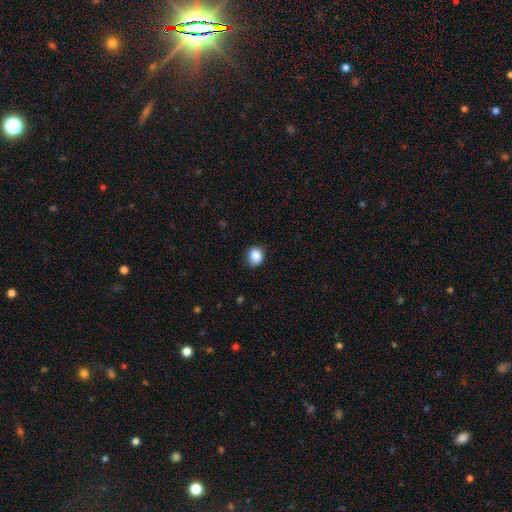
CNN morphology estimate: Smooth or featured: smooth — 87% (star or artifact — 9%)
How rounded: round — 65% (in between — 34%)
Merging: none — 77% (minor disturbance — 18%)